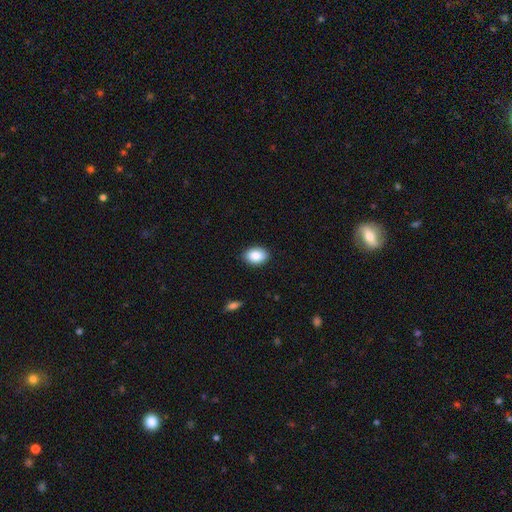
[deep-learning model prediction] A smooth galaxy with no disk features (88%) that is in between round and cigar-shaped (83%).

Vote fractions:
- Smooth or featured? smooth: 88% / star or artifact: 7% / featured or disk: 5%
- How rounded? in between: 83% / round: 16% / cigar-shaped: 1%
- Merging? none: 89% / minor disturbance: 9% / major disturbance: 2% / merger: 1%